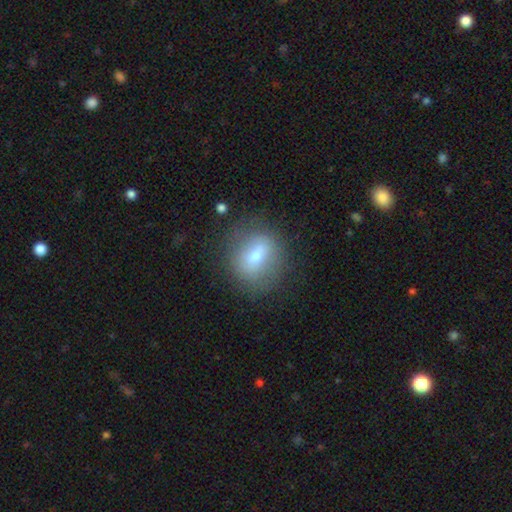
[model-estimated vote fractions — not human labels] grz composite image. It shows a smooth galaxy with no disk features (61%) that is round (66%). Merging: none (78%).